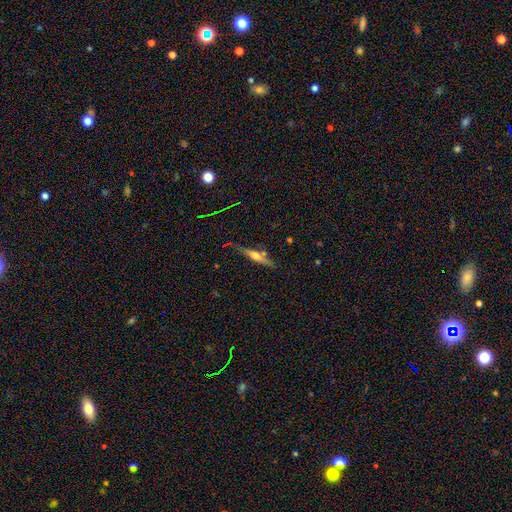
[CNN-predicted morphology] Smooth or featured: featured or disk — 60% (smooth — 31%)
Edge-on disk: yes — 94% (no — 6%)
Edge-on bulge: rounded — 86% (none — 8%)
Merging: none — 75% (minor disturbance — 15%)